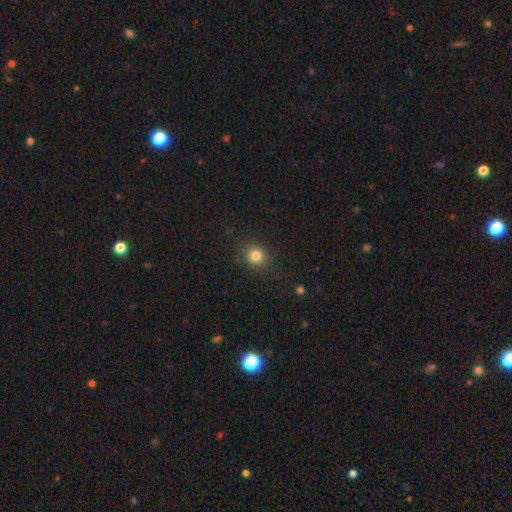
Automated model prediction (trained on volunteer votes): Smooth or featured?
  - smooth: 82% *
  - star or artifact: 13%
  - featured or disk: 6%
How rounded?
  - round: 86% *
  - in between: 13%
  - cigar-shaped: 1%
Merging?
  - none: 88% *
  - minor disturbance: 8%
  - major disturbance: 3%
  - merger: 1%